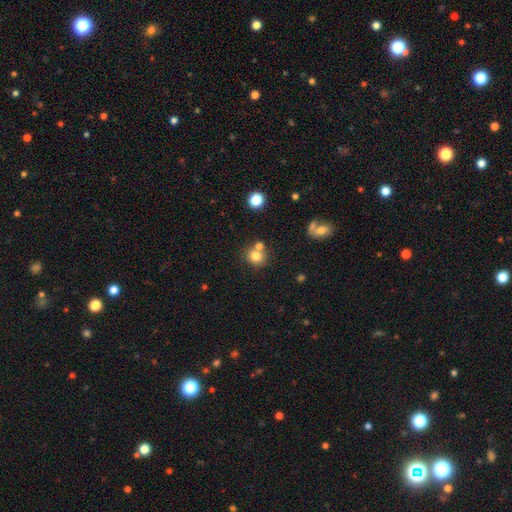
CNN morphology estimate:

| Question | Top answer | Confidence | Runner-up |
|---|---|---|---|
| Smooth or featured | smooth | 78% | star or artifact (13%) |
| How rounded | round | 86% | in between (13%) |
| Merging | none | 61% | merger (27%) |